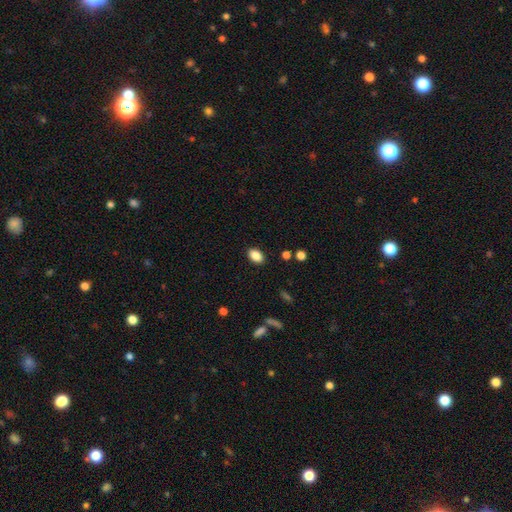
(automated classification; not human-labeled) This is clearly a smooth galaxy (87%). How rounded: clearly in between (86%). Merging: clearly none (88%).